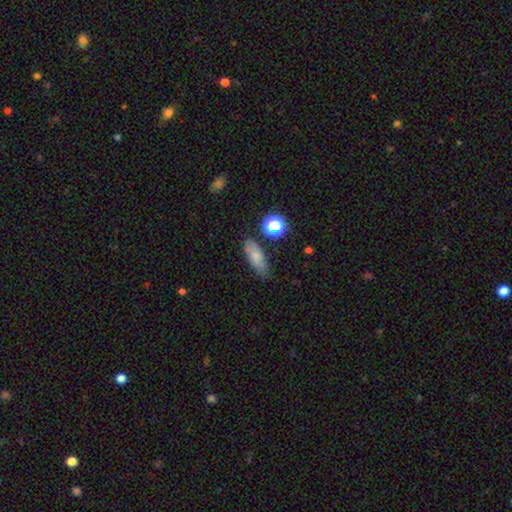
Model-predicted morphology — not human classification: Overall: smooth (75%). How rounded: in between (68%). Merging: none (75%).